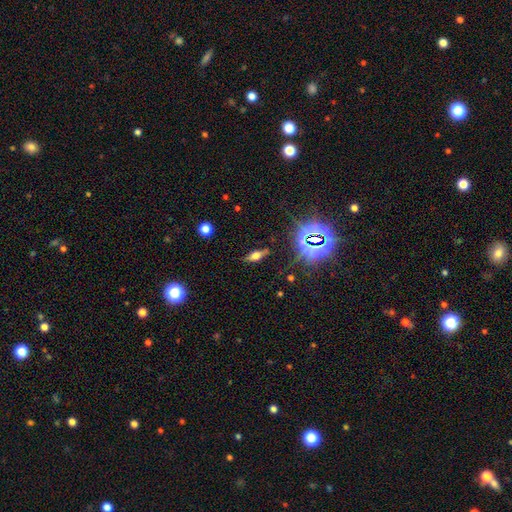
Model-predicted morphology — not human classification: Smooth or featured?
  - smooth: 44% *
  - featured or disk: 35%
  - star or artifact: 22%
Merging?
  - none: 81% *
  - minor disturbance: 13%
  - major disturbance: 4%
  - merger: 2%